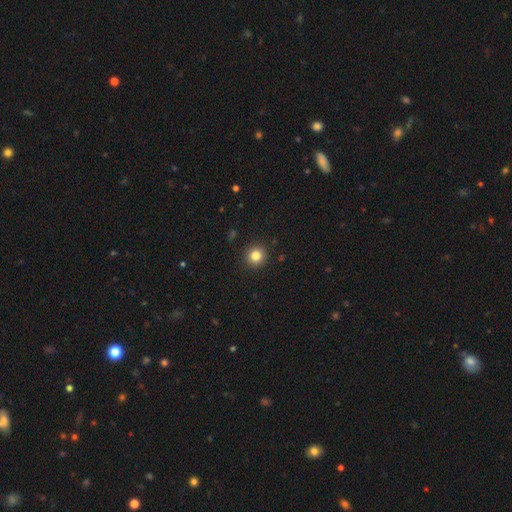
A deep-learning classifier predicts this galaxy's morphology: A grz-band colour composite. It shows a smooth galaxy with no disk features (83%) that is round (93%). Merging: none (92%).